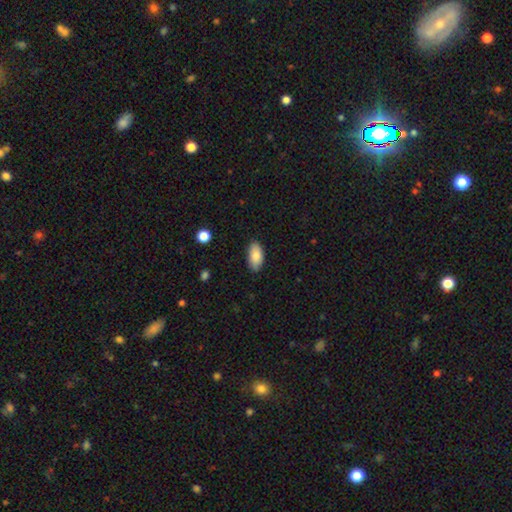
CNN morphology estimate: smooth-or-featured: smooth: 84% | featured or disk: 10% | star or artifact: 7%
  how-rounded: in between: 92% | cigar-shaped: 5% | round: 3%
  merging: none: 86% | minor disturbance: 11% | major disturbance: 2% | merger: 1%